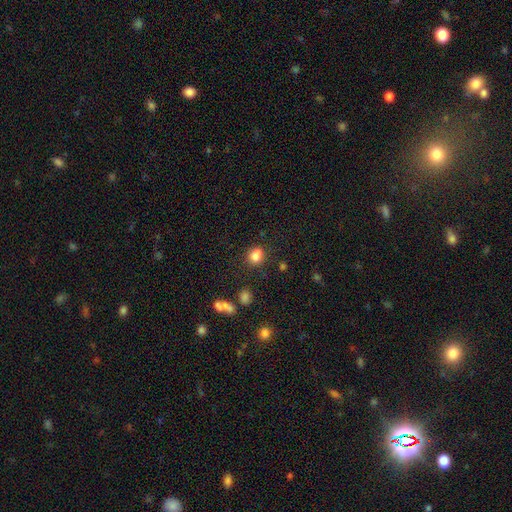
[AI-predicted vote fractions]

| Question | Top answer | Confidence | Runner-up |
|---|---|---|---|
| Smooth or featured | smooth | 80% | star or artifact (13%) |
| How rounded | round | 54% | in between (44%) |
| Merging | none | 60% | merger (17%) |